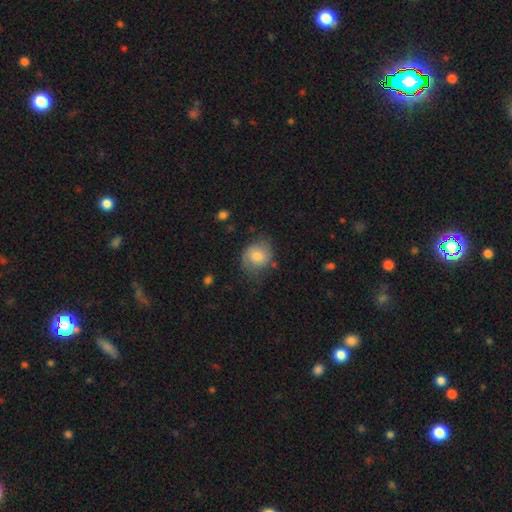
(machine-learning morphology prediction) Smooth or featured?
  - smooth: 66% *
  - featured or disk: 26%
  - star or artifact: 8%
How rounded?
  - round: 71% *
  - in between: 28%
  - cigar-shaped: 1%
Merging?
  - none: 60% *
  - minor disturbance: 27%
  - major disturbance: 10%
  - merger: 2%